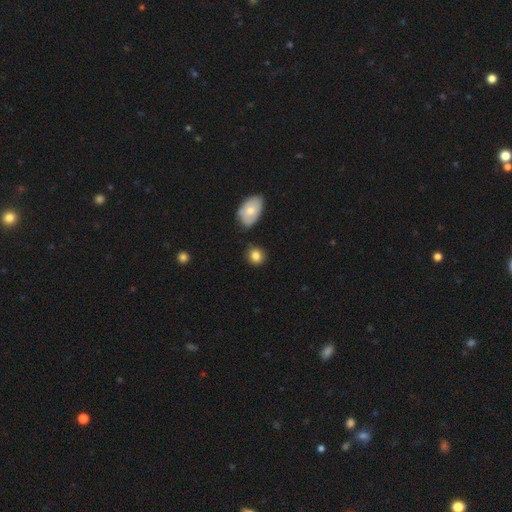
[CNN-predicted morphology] A smooth galaxy with no disk features (84%) that is round (72%).

Vote fractions:
- Smooth or featured? smooth: 84% / star or artifact: 9% / featured or disk: 8%
- How rounded? round: 72% / in between: 27% / cigar-shaped: 1%
- Merging? none: 79% / minor disturbance: 13% / merger: 5% / major disturbance: 3%